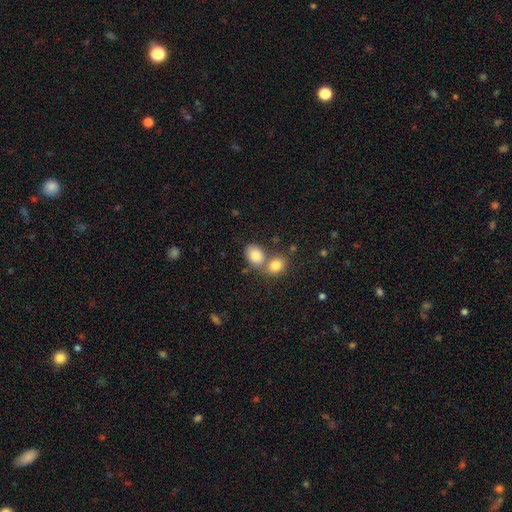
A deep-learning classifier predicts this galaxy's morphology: smooth_or_featured: smooth (p=0.81) [alt: featured or disk p=0.10]
how_rounded: in between (p=0.62) [alt: round p=0.37]
merging: merger (p=0.48) [alt: none p=0.41]